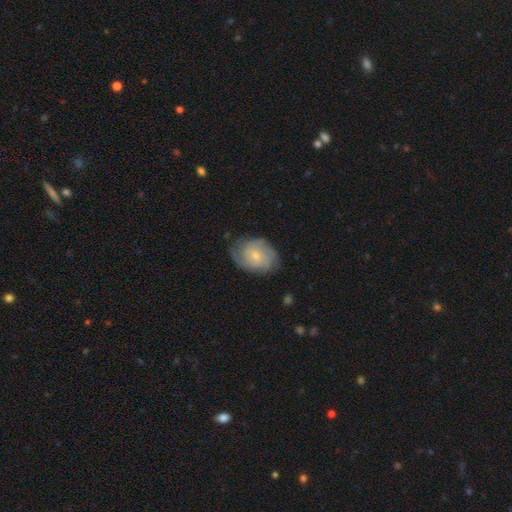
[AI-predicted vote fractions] This appears to be a featured or disk galaxy (67%) with no bar (74%), tight (56%) spiral arms (90%) and a small central bulge (69%). Merging: none (72%).